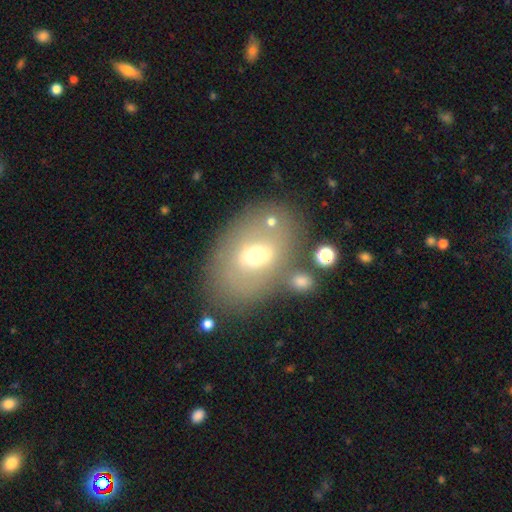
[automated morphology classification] smooth_or_featured: smooth (p=0.48) [alt: featured or disk p=0.42]
merging: none (p=0.69) [alt: minor disturbance p=0.15]